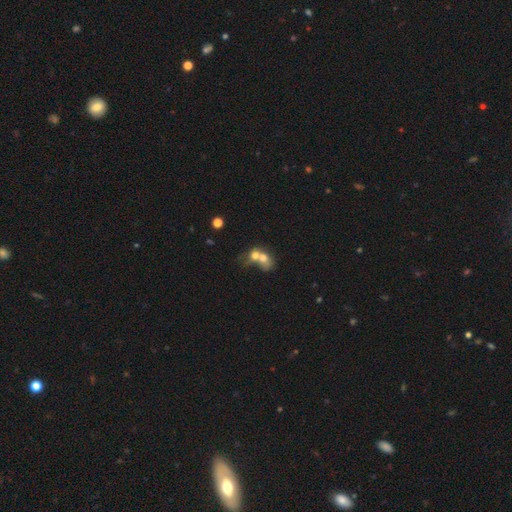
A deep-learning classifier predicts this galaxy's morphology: Smooth or featured: smooth — 62% (featured or disk — 26%)
How rounded: round — 51% (in between — 48%)
Merging: merger — 75% (none — 13%)